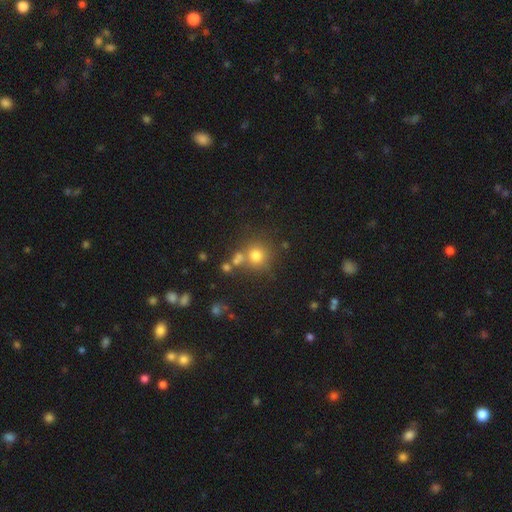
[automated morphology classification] type=smooth (73%); roundness=round (90%); merging=none (65%).